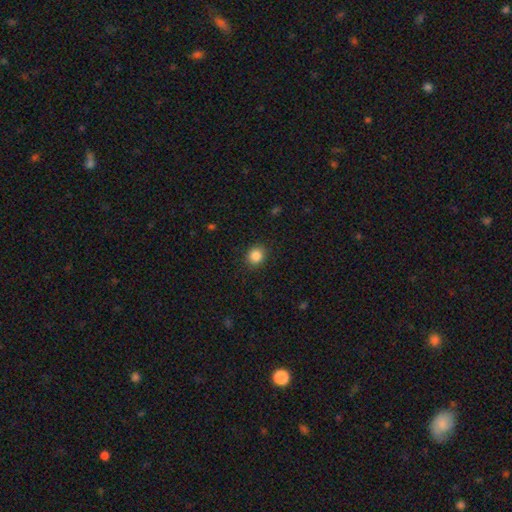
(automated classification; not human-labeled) The model was most divided on "how rounded": round: 79%, in between: 21%, cigar-shaped: 1%. More confident: merging — none (90%); smooth or featured — smooth (86%).